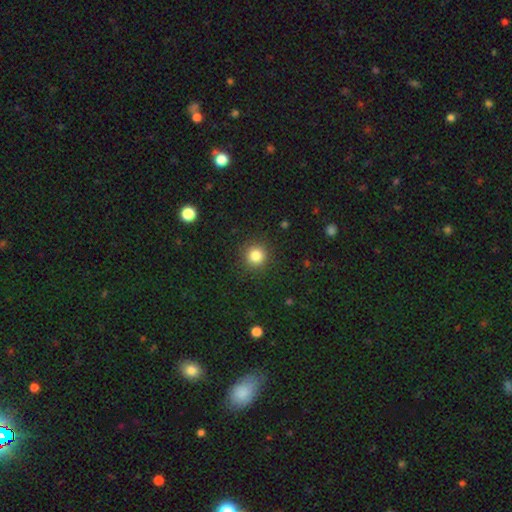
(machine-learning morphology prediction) smooth_or_featured: smooth (p=0.84) [alt: star or artifact p=0.12]
how_rounded: round (p=0.94) [alt: in between p=0.05]
merging: none (p=0.90) [alt: minor disturbance p=0.06]